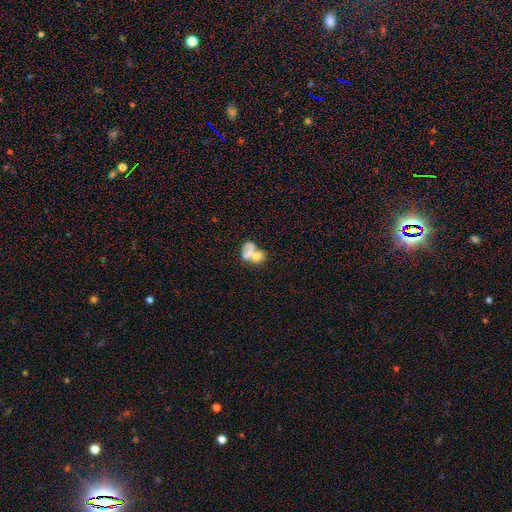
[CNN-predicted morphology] smooth_or_featured: smooth (p=0.55) [alt: featured or disk p=0.28]
how_rounded: in between (p=0.51) [alt: round p=0.46]
merging: merger (p=0.50) [alt: none p=0.30]